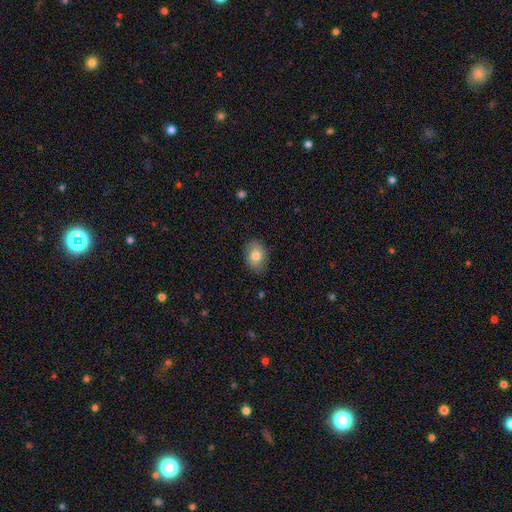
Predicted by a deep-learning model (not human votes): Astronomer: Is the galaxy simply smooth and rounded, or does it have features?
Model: smooth — 80%.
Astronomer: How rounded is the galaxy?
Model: in between — 73%.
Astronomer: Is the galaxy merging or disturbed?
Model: none — 84%.